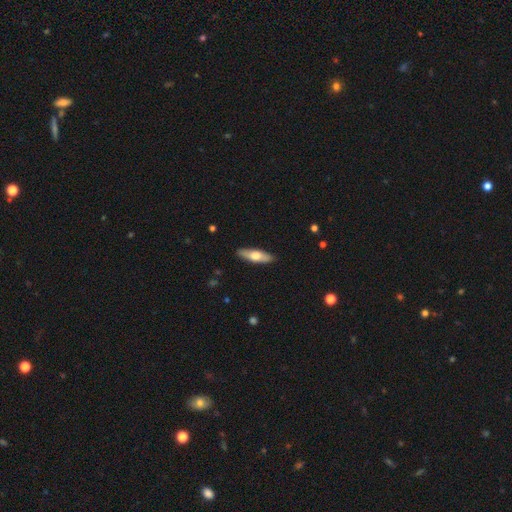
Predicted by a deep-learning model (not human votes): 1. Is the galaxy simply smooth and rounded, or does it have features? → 58% smooth, 37% featured or disk, 5% star or artifact.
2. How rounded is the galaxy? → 55% cigar-shaped, 43% in between, 2% round.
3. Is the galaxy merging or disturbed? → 89% none, 8% minor disturbance, 2% major disturbance, 1% merger.